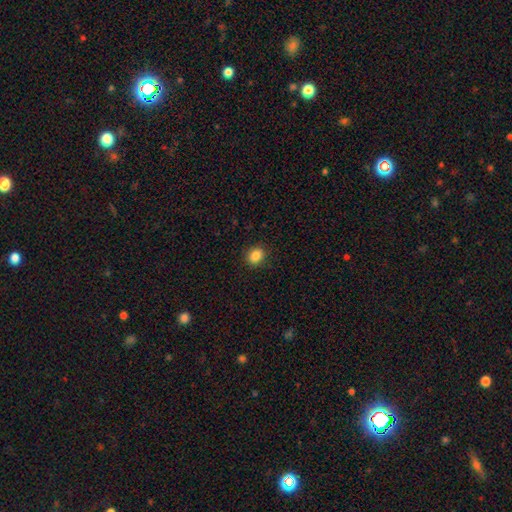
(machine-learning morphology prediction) smooth_or_featured: smooth (p=0.86) [alt: star or artifact p=0.10]
how_rounded: round (p=0.60) [alt: in between p=0.39]
merging: none (p=0.89) [alt: minor disturbance p=0.07]